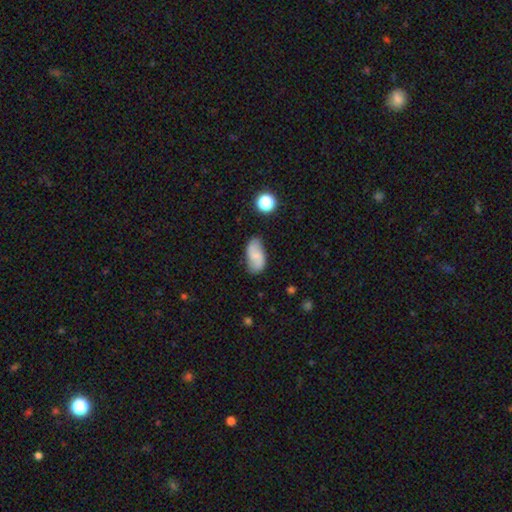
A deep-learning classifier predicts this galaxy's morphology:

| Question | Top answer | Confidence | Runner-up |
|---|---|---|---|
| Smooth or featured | smooth | 49% | featured or disk (42%) |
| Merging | none | 73% | minor disturbance (19%) |